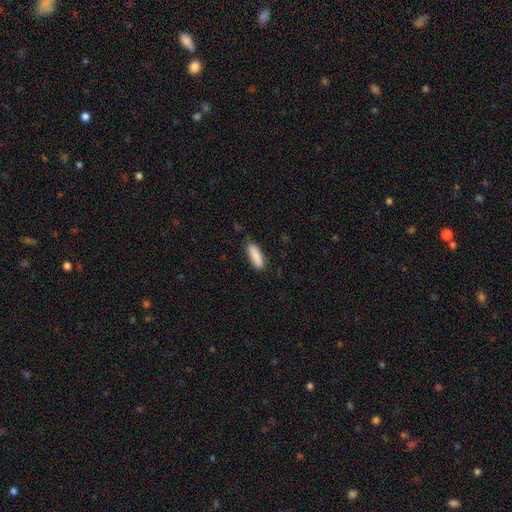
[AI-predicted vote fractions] Q: Smooth or featured?
A: smooth (88%); runner-up: star or artifact (6%)
Q: How rounded?
A: in between (59%); runner-up: cigar-shaped (39%)
Q: Merging?
A: none (81%); runner-up: minor disturbance (15%)